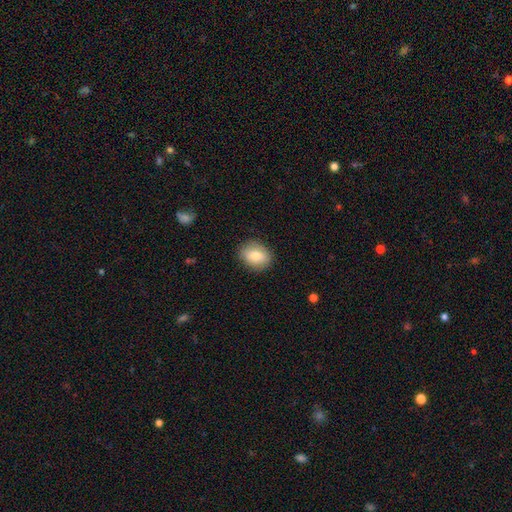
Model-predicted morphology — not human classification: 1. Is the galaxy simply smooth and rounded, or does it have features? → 78% smooth, 14% featured or disk, 8% star or artifact.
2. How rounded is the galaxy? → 58% in between, 41% round, 1% cigar-shaped.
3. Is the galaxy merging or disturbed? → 86% none, 10% minor disturbance, 3% major disturbance, 1% merger.